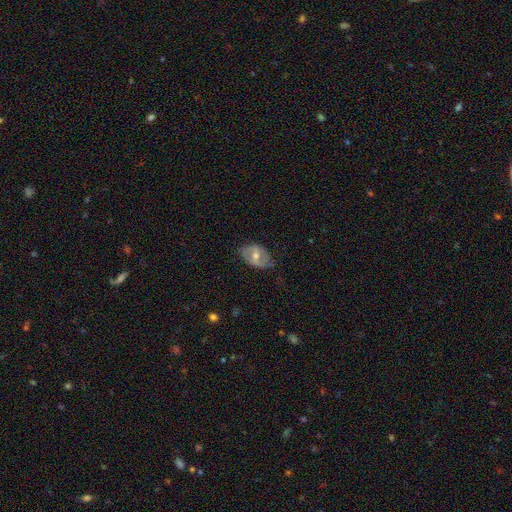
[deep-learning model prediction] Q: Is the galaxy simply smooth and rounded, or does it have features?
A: featured or disk — 57%.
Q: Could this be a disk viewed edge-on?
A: no — 92%.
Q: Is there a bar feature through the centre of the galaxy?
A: weak — 40%.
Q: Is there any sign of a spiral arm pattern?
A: no — 52%.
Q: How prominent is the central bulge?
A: moderate — 70%.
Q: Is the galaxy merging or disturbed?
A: none — 69%.